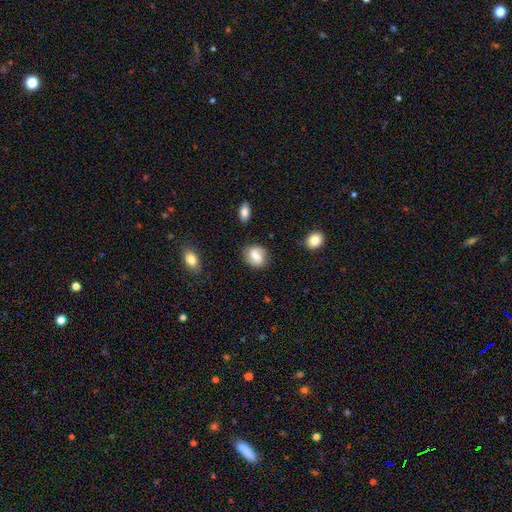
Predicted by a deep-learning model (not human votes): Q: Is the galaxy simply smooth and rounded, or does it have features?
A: smooth — 50%.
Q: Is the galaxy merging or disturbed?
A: none — 78%.